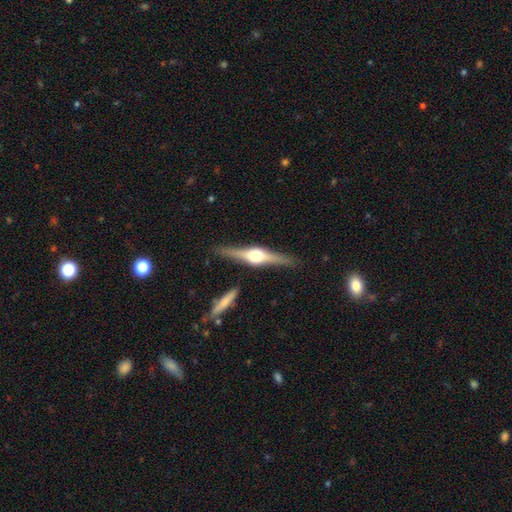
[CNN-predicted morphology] type=featured or disk (80%); edge-on=yes (98%); edge-on bulge=rounded (93%); merging=none (87%).